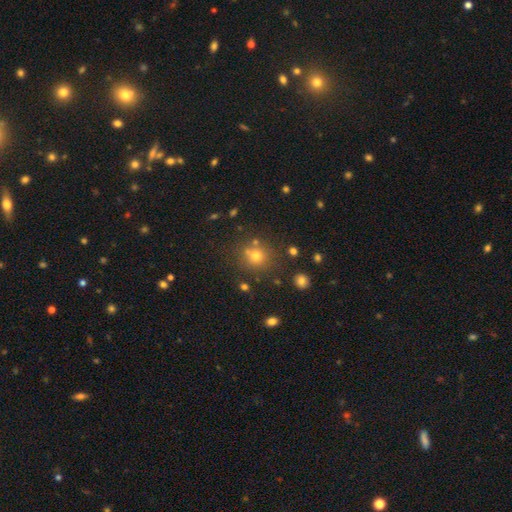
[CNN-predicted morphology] This is likely a smooth galaxy (69%). How rounded: clearly round (86%). Merging: likely none (73%).